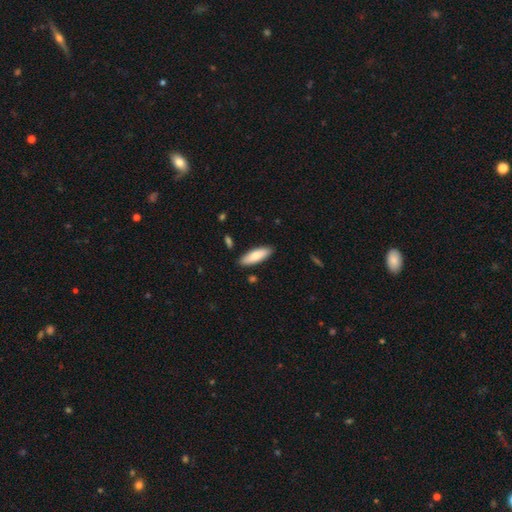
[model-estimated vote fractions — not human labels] This is likely a smooth galaxy (78%). How rounded: possibly in between (56%). Merging: clearly none (87%).